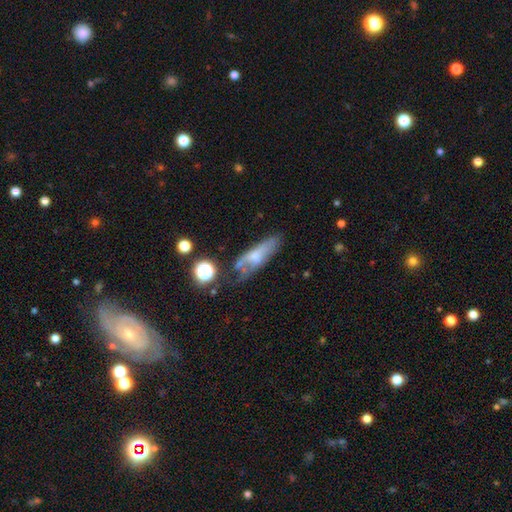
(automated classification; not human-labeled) Overall: smooth (52%; featured or disk 37%). How rounded: in between (51%; cigar-shaped 44%). Merging: none (39%; minor disturbance 29%).